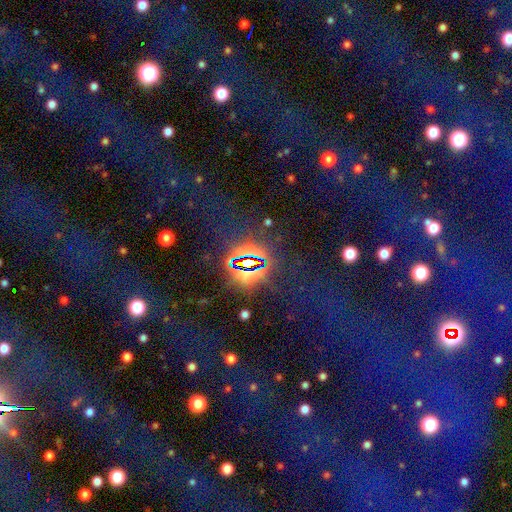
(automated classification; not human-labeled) Smooth or featured: star or artifact — 79% (smooth — 13%)